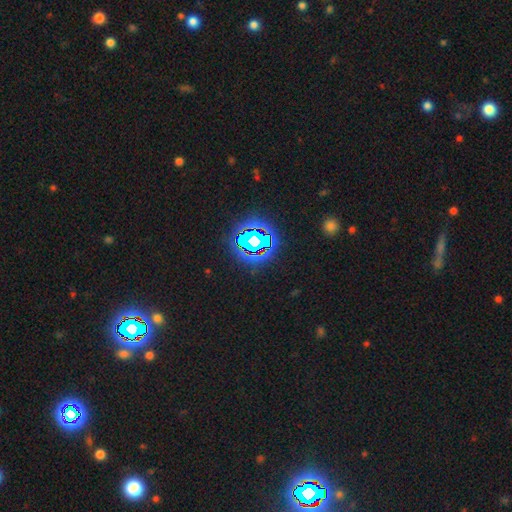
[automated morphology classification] A star or artifact, not a galaxy (83%).